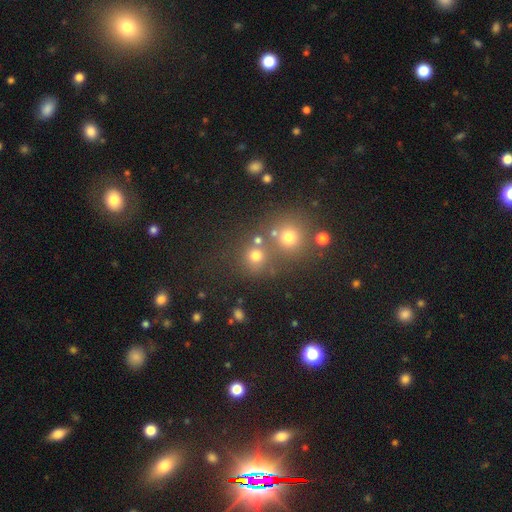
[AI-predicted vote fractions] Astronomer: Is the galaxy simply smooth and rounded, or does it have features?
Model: smooth — 71%.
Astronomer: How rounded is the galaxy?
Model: round — 88%.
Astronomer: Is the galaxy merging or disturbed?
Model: none — 63%.